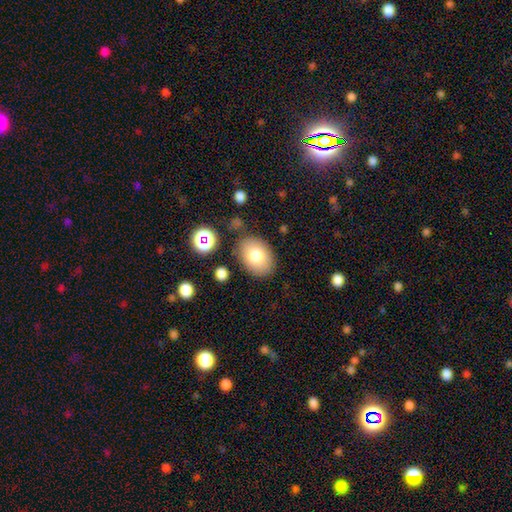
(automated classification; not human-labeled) The model was most divided on "how rounded": in between: 75%, round: 24%, cigar-shaped: 1%. More confident: merging — none (81%); smooth or featured — smooth (77%).